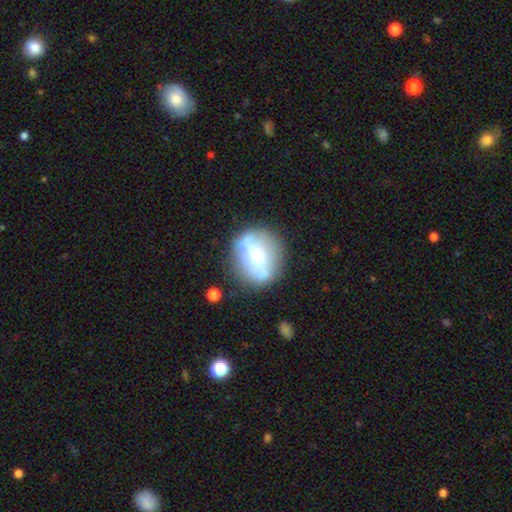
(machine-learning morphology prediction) Overall: featured or disk (57%; smooth 33%). Edge-on disk: no (73%). Merging: none (71%).